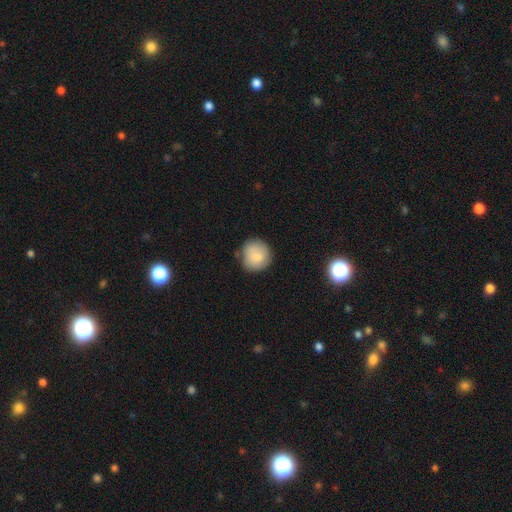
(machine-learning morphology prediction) Smooth or featured? Predicted: smooth (p=0.82). How rounded? Predicted: round (p=0.90). Merging? Predicted: none (p=0.75).